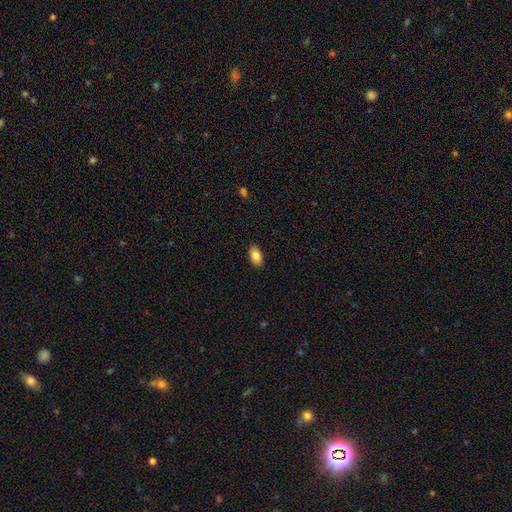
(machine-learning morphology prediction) Smooth or featured? smooth (85%)
How rounded? in between (93%)
Merging? none (89%)